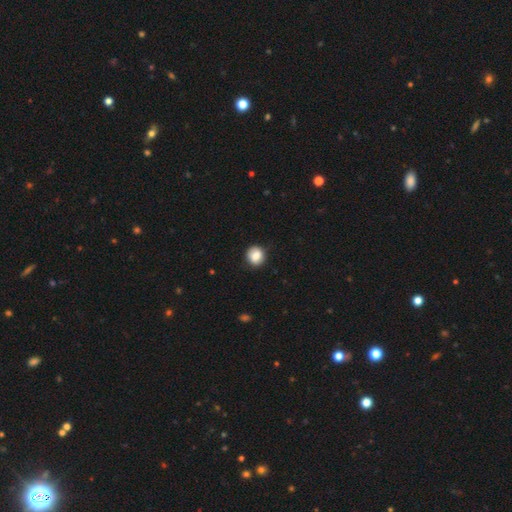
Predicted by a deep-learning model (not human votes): Overall: smooth (83%). How rounded: round (77%). Merging: none (83%).